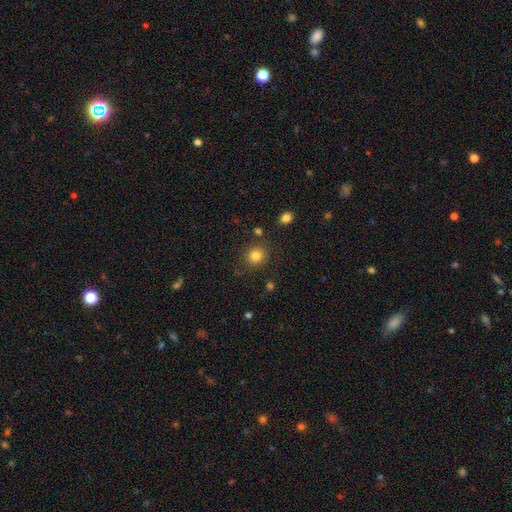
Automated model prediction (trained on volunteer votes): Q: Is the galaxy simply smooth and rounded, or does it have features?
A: smooth — 83%.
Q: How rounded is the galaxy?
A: round — 85%.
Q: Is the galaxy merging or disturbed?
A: none — 83%.